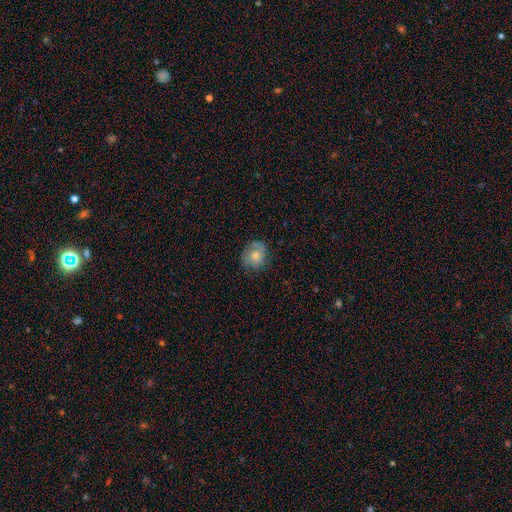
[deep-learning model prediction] This is likely a smooth galaxy (67%). How rounded: likely round (77%). Merging: likely none (72%).